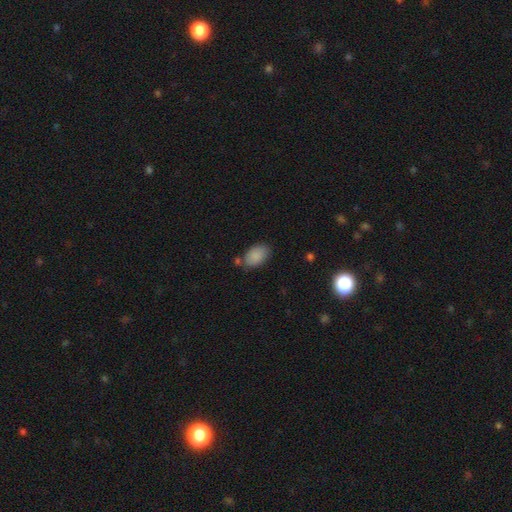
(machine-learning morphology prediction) This appears to be a smooth galaxy with no disk features (88%) that is in between round and cigar-shaped (91%). Merging: none (73%).